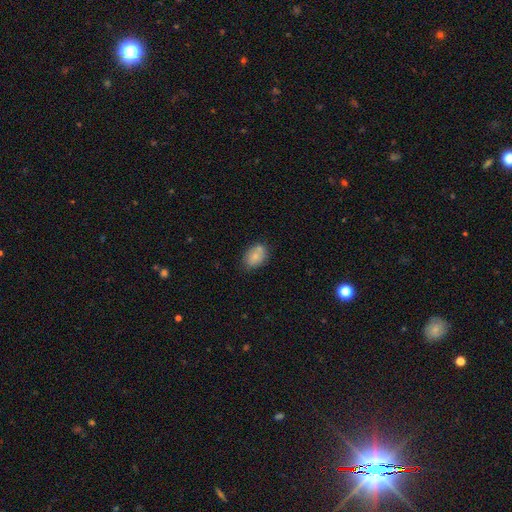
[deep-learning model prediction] smooth_or_featured: smooth (p=0.76) [alt: featured or disk p=0.15]
how_rounded: in between (p=0.78) [alt: round p=0.20]
merging: none (p=0.65) [alt: minor disturbance p=0.18]